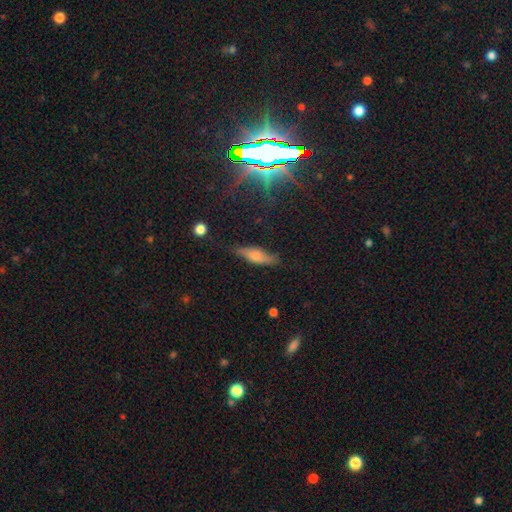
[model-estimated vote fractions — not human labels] Smooth or featured? Predicted: smooth (p=0.55). How rounded? Predicted: cigar-shaped (p=0.51). Merging? Predicted: none (p=0.75).